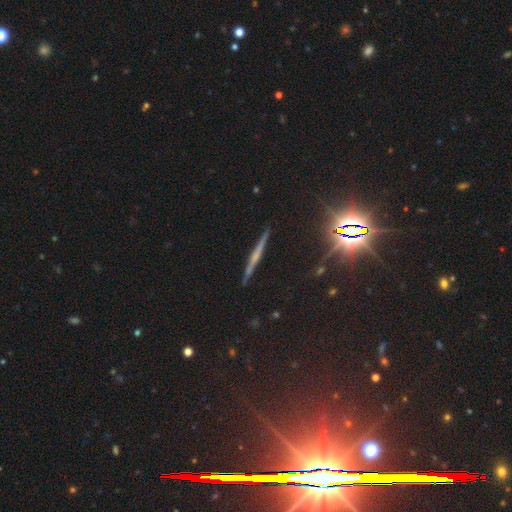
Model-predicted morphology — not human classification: type=featured or disk (51%); edge-on=yes (96%); merging=none (90%).